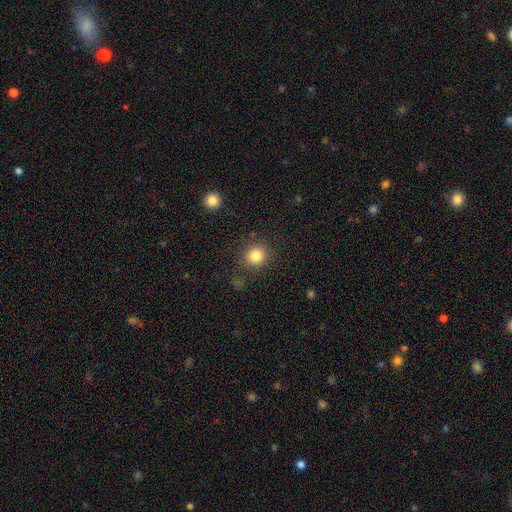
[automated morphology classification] The model was most divided on "smooth or featured": smooth: 83%, star or artifact: 11%, featured or disk: 6%. More confident: how rounded — round (89%); merging — none (85%).